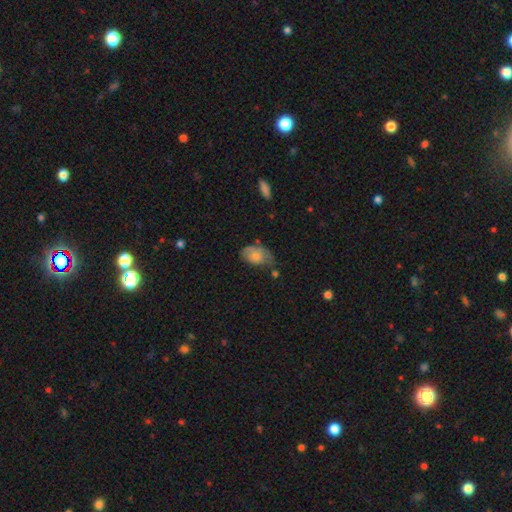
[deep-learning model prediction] Overall: smooth (64%; featured or disk 28%). How rounded: in between (88%). Merging: minor disturbance (39%; none 37%).